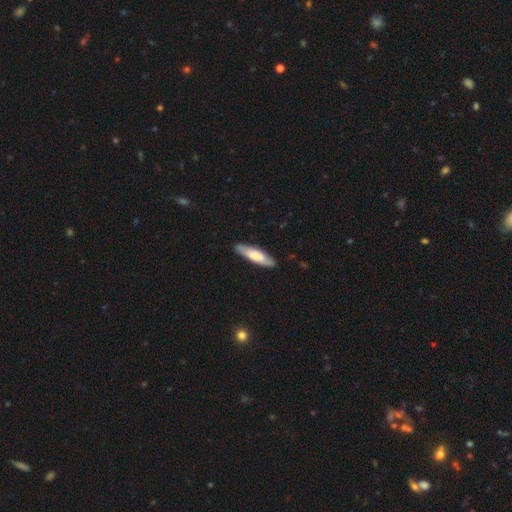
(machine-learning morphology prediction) type=smooth (61%); roundness=cigar-shaped (69%); merging=none (86%).